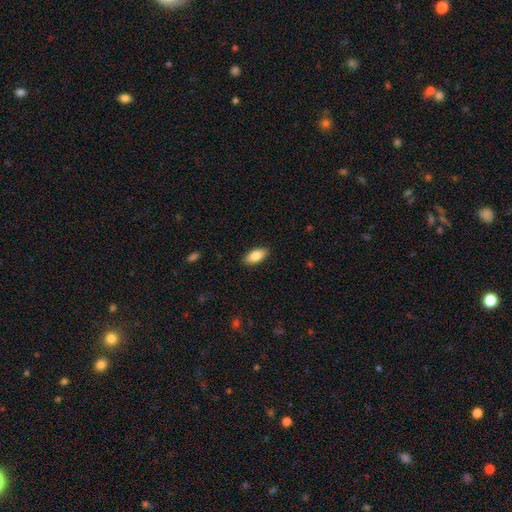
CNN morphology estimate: A smooth galaxy with no disk features (83%) that is in between round and cigar-shaped (88%).

Vote fractions:
- Smooth or featured? smooth: 83% / featured or disk: 10% / star or artifact: 6%
- How rounded? in between: 88% / cigar-shaped: 10% / round: 2%
- Merging? none: 89% / minor disturbance: 8% / major disturbance: 2% / merger: 1%